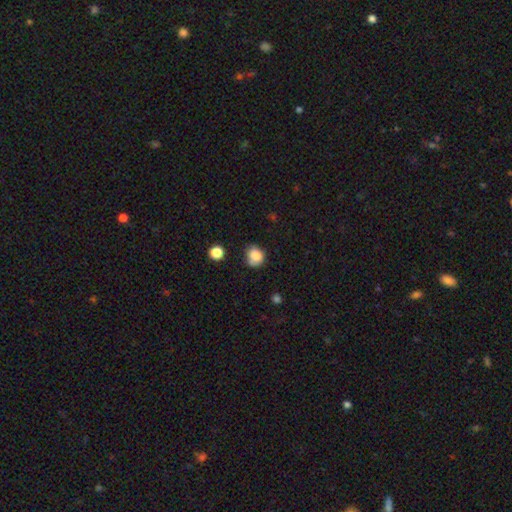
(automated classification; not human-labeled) A smooth galaxy with no disk features (84%) that is round (73%). Merging: none (63%).